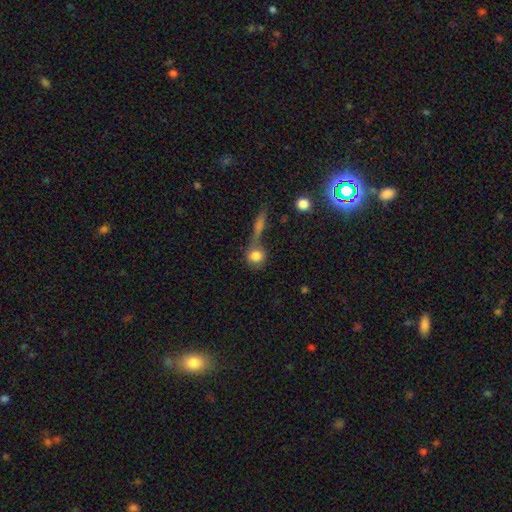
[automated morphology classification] Smooth or featured? Predicted: smooth (p=0.80). How rounded? Predicted: round (p=0.79). Merging? Predicted: none (p=0.54).